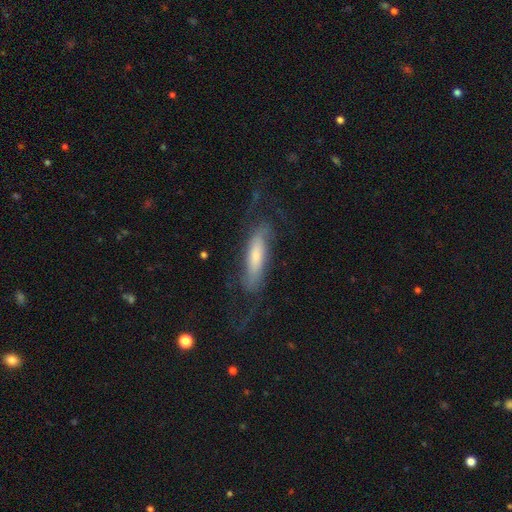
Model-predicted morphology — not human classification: Smooth or featured: featured or disk — 59% (smooth — 34%)
Edge-on disk: no — 64% (yes — 36%)
Merging: none — 59% (major disturbance — 20%)